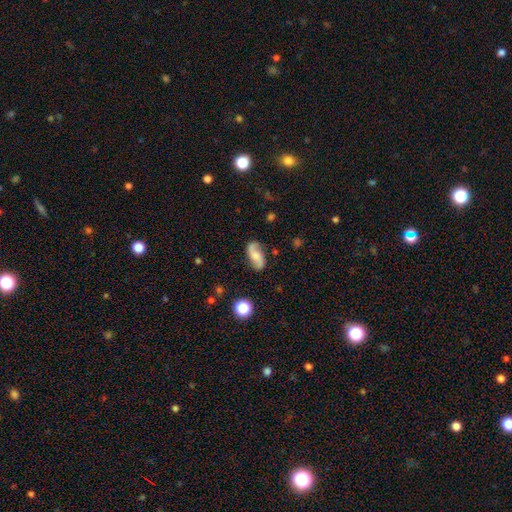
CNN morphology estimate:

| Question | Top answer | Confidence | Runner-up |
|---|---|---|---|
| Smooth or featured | featured or disk | 67% | smooth (25%) |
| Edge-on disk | no | 95% | yes (5%) |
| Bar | no | 56% | weak (34%) |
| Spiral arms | yes | 94% | no (6%) |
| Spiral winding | loose | 71% | medium (22%) |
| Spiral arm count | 2 | 92% | can't tell (3%) |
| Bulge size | small | 34% | moderate (33%) |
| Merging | none | 78% | minor disturbance (15%) |